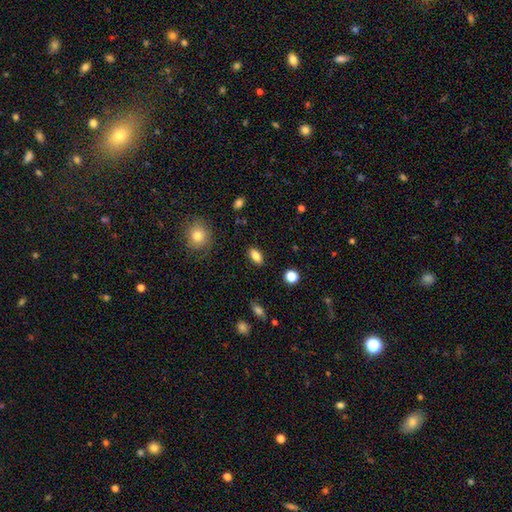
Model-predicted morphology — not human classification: Smooth or featured? Predicted: smooth (p=0.82). How rounded? Predicted: in between (p=0.86). Merging? Predicted: none (p=0.87).